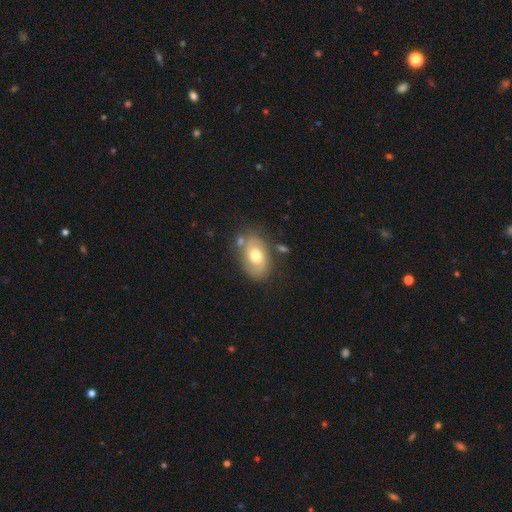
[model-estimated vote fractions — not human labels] This is possibly a smooth galaxy (47%). Merging: likely none (68%).